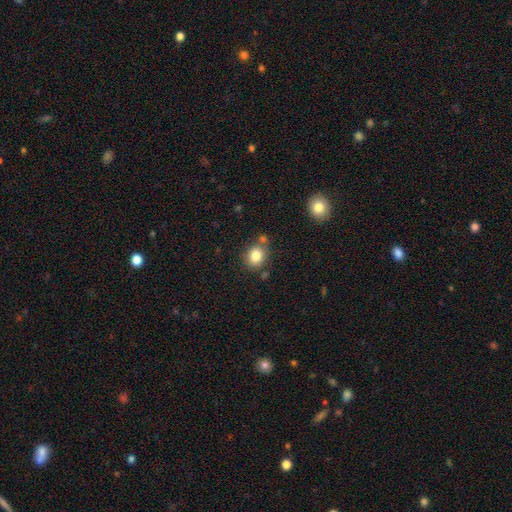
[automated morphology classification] type=smooth (83%); roundness=round (62%); merging=none (71%).